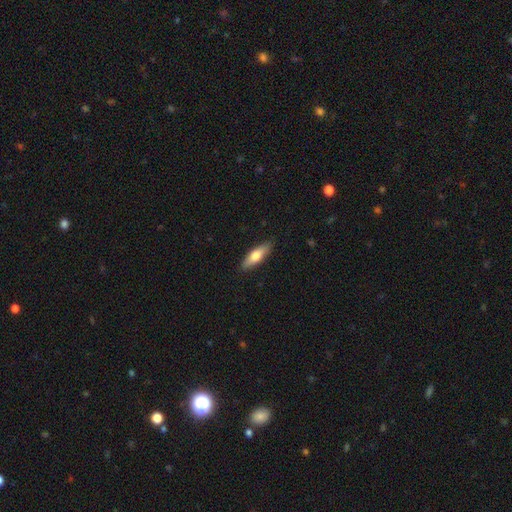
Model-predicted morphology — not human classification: The model was most divided on "how rounded": cigar-shaped: 51%, in between: 47%, round: 2%. More confident: merging — none (88%); smooth or featured — smooth (64%).